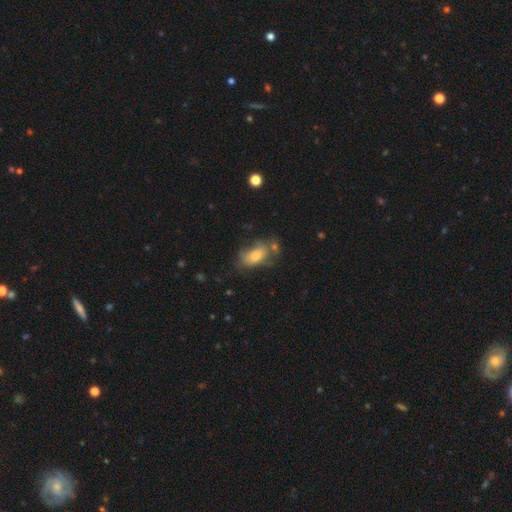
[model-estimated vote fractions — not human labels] Morphology: type=smooth (69%); roundness=in between (87%); merging=none (54%).